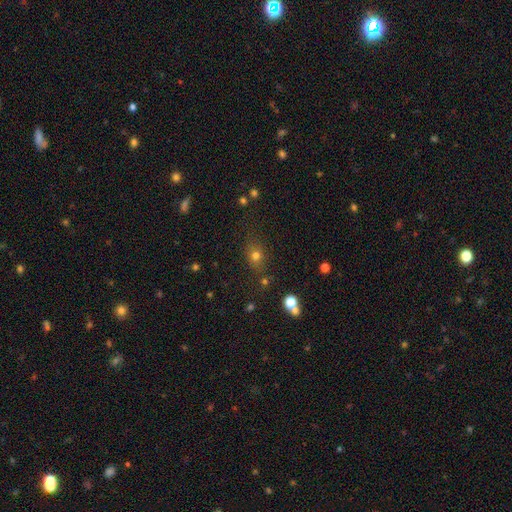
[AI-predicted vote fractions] A smooth galaxy with no disk features (72%) that is round (58%).

Vote fractions:
- Smooth or featured? smooth: 72% / star or artifact: 18% / featured or disk: 10%
- How rounded? round: 58% / in between: 40% / cigar-shaped: 2%
- Merging? none: 76% / minor disturbance: 14% / major disturbance: 5% / merger: 5%